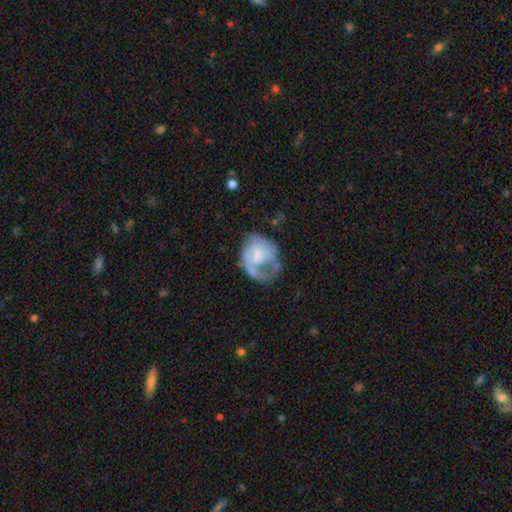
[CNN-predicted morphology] smooth-or-featured: featured or disk: 60% | smooth: 32% | star or artifact: 7%
  disk-edge-on: no: 98% | yes: 2%
    bar: no: 58% | weak: 35% | strong: 7%
    has-spiral-arms: yes: 70% | no: 30%
    bulge-size: small: 35% | moderate: 29% | none: 27% | large: 7% | dominant: 2%
  merging: major disturbance: 36% (tied) | none: 36% (tied) | minor disturbance: 24% | merger: 4%